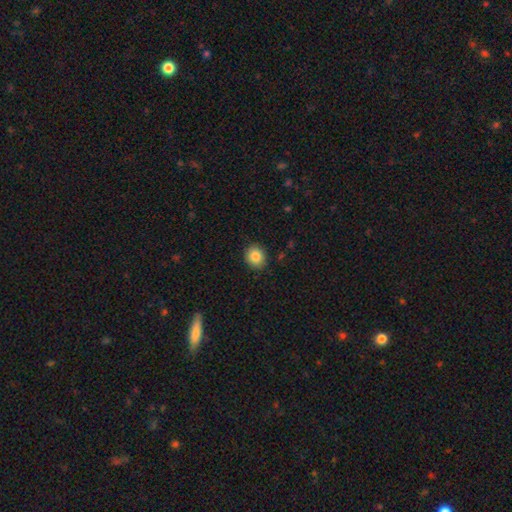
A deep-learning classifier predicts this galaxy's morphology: Smooth or featured: smooth — 85% (star or artifact — 9%)
How rounded: round — 73% (in between — 27%)
Merging: none — 90% (minor disturbance — 7%)